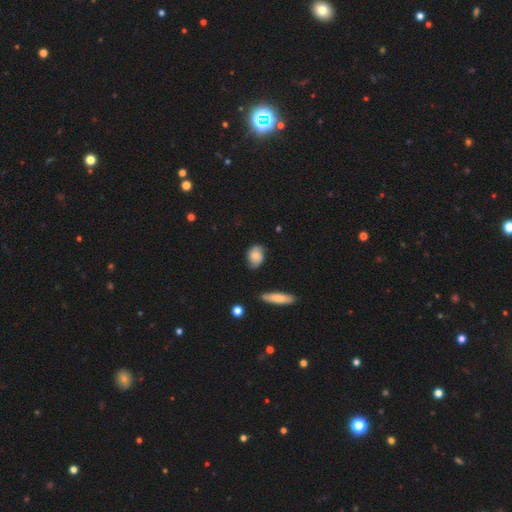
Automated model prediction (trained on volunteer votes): This appears to be a smooth galaxy with no disk features (68%) that is in between round and cigar-shaped (74%). Merging: none (71%).